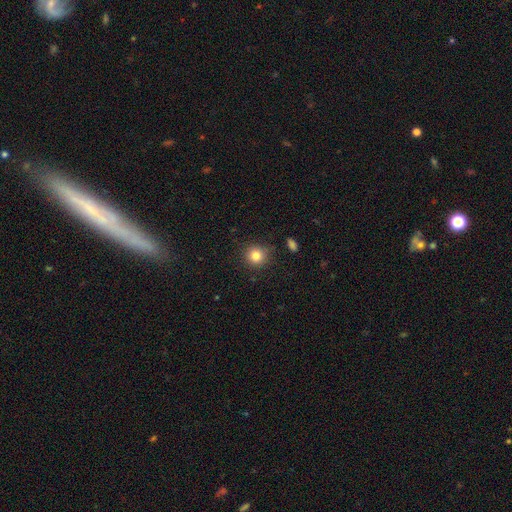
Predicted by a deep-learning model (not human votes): The model was most divided on "smooth or featured": smooth: 83%, star or artifact: 11%, featured or disk: 6%. More confident: how rounded — round (93%); merging — none (88%).